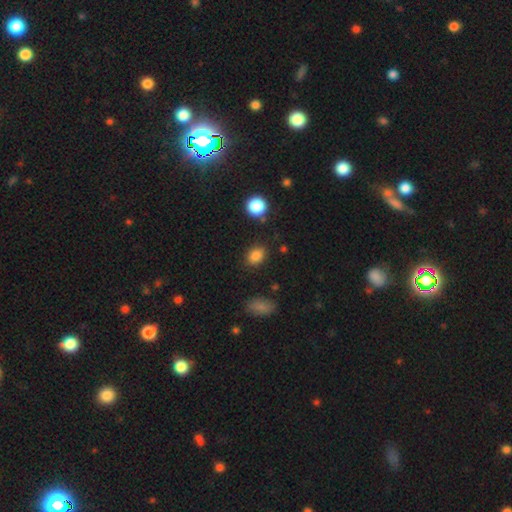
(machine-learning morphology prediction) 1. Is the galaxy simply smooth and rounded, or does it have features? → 85% smooth, 10% star or artifact, 5% featured or disk.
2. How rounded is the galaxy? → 68% in between, 31% round, 1% cigar-shaped.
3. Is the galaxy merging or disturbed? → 84% none, 10% minor disturbance, 3% major disturbance, 3% merger.